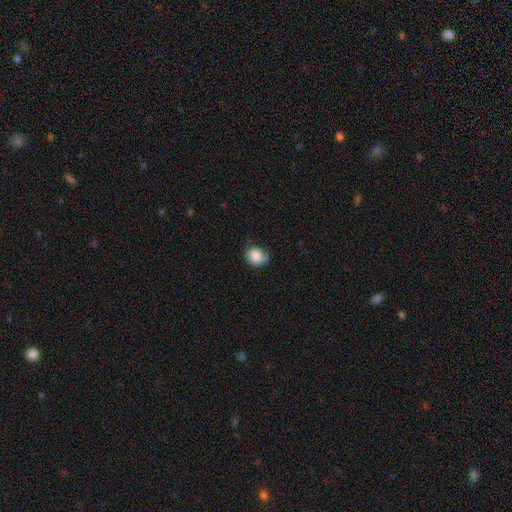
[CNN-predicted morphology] This is likely a smooth galaxy (79%). How rounded: likely round (68%). Merging: possibly none (57%).